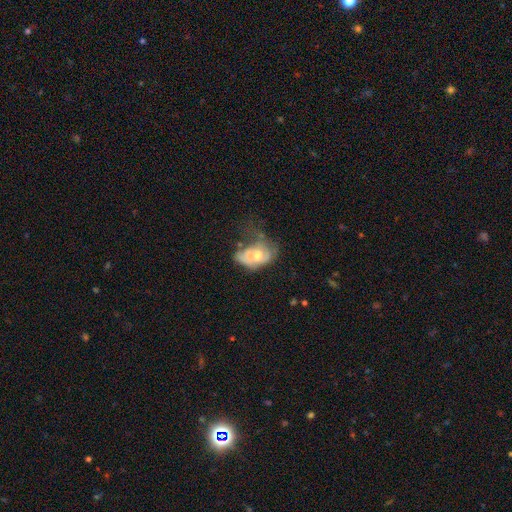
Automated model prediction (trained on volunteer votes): Q: Smooth or featured?
A: smooth (48%); runner-up: featured or disk (44%)
Q: Merging?
A: major disturbance (40%); runner-up: minor disturbance (28%)